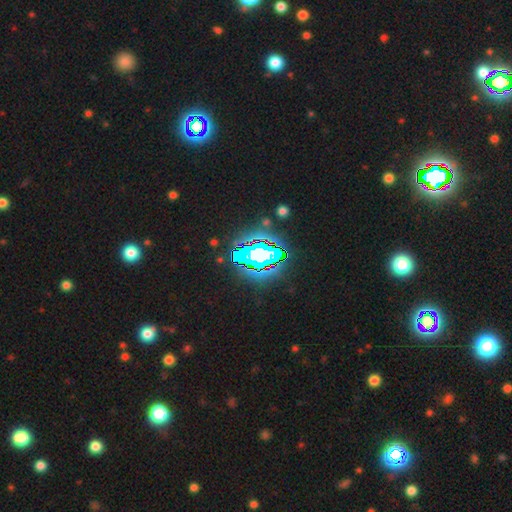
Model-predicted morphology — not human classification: A star or artifact, not a galaxy (72%).